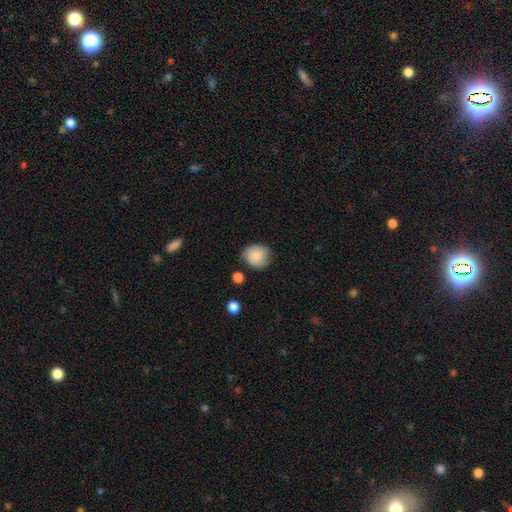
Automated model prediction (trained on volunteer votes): smooth_or_featured: smooth (p=0.80) [alt: featured or disk p=0.12]
how_rounded: round (p=0.83) [alt: in between p=0.16]
merging: none (p=0.73) [alt: minor disturbance p=0.20]